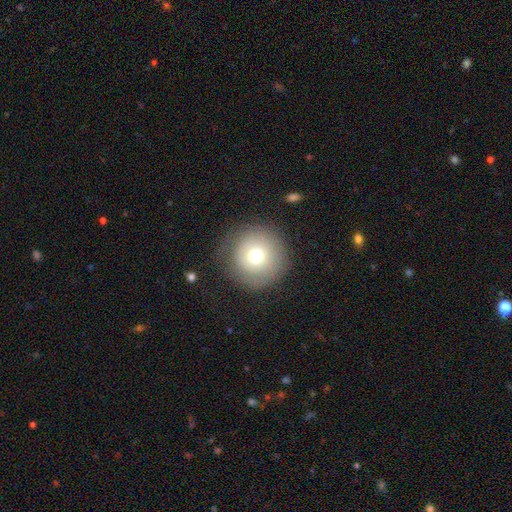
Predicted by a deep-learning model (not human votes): smooth-or-featured: smooth: 70% | featured or disk: 18% | star or artifact: 12%
  how-rounded: round: 95% | in between: 4% | cigar-shaped: 1%
  merging: none: 77% | minor disturbance: 15% | major disturbance: 7% | merger: 1%